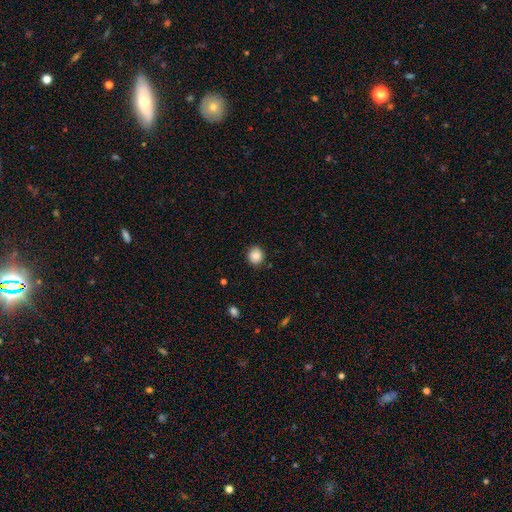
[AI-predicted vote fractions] Overall: smooth (86%). How rounded: round (83%). Merging: none (86%).